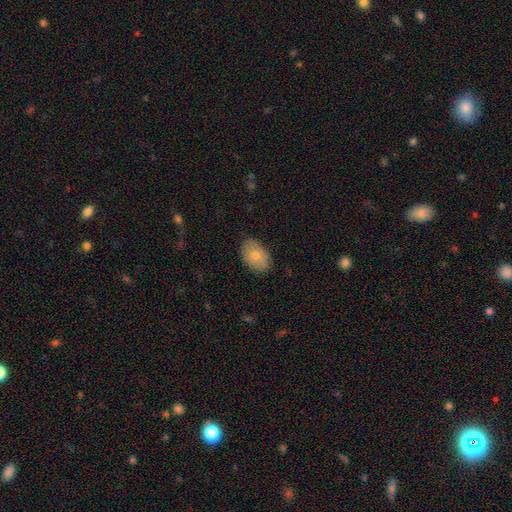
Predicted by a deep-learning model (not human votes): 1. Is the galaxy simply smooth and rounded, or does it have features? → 78% smooth, 16% featured or disk, 6% star or artifact.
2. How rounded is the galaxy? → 89% in between, 10% round, 1% cigar-shaped.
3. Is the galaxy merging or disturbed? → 85% none, 12% minor disturbance, 2% major disturbance, 1% merger.